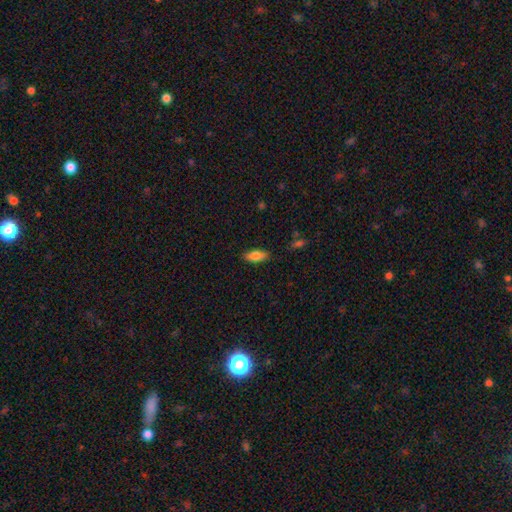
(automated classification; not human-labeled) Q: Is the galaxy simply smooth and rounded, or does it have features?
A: smooth — 81%.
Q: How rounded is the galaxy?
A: in between — 79%.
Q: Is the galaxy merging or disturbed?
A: none — 86%.